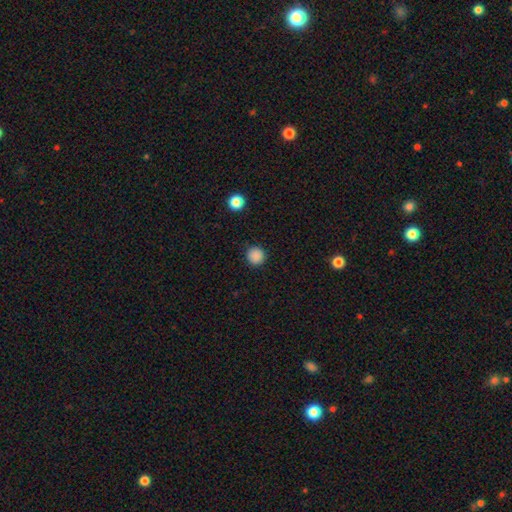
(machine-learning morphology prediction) Smooth or featured?
  - smooth: 87% *
  - star or artifact: 11%
  - featured or disk: 2%
How rounded?
  - round: 95% *
  - in between: 4%
  - cigar-shaped: 1%
Merging?
  - none: 91% *
  - minor disturbance: 6%
  - major disturbance: 2%
  - merger: 1%